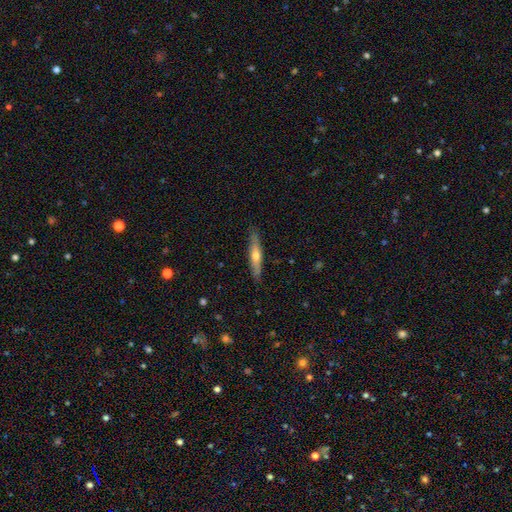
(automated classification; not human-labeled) Overall: featured or disk (49%; smooth 45%). Merging: none (87%).